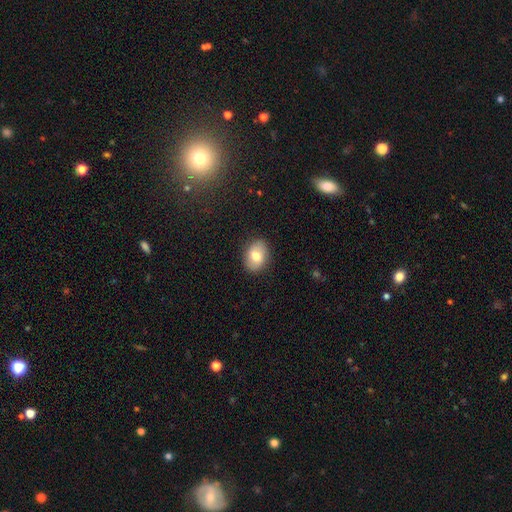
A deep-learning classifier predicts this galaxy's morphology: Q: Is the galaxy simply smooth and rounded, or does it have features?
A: smooth — 73%.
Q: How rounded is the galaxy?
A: in between — 70%.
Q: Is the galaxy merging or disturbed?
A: none — 87%.